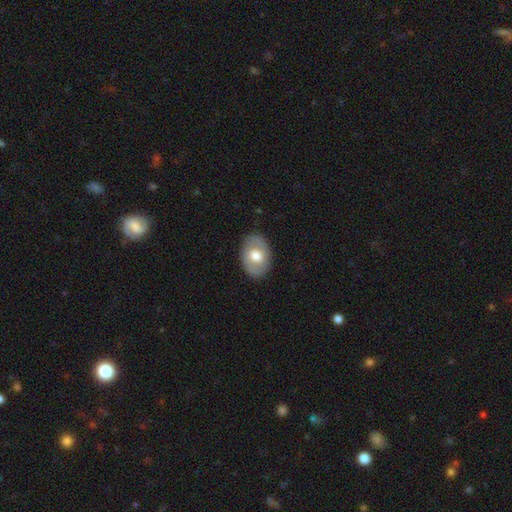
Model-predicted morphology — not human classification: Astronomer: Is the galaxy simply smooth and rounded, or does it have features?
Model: smooth — 60%.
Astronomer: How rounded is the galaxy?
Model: in between — 78%.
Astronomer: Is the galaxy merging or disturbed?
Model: none — 85%.